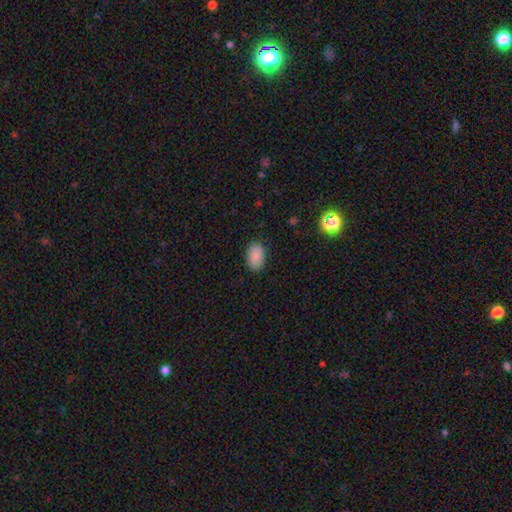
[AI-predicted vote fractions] The model was most divided on "merging": none: 86%, minor disturbance: 10%, major disturbance: 2%, merger: 1%. More confident: how rounded — in between (88%); smooth or featured — smooth (88%).